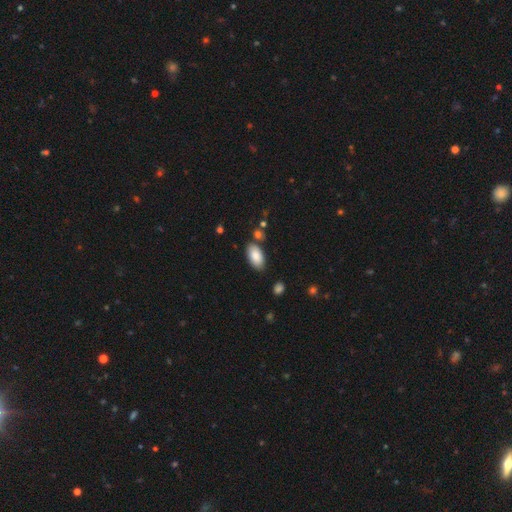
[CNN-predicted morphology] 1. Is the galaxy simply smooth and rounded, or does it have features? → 86% smooth, 8% featured or disk, 6% star or artifact.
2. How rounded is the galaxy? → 95% in between, 3% cigar-shaped, 2% round.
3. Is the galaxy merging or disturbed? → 79% none, 13% minor disturbance, 5% merger, 3% major disturbance.